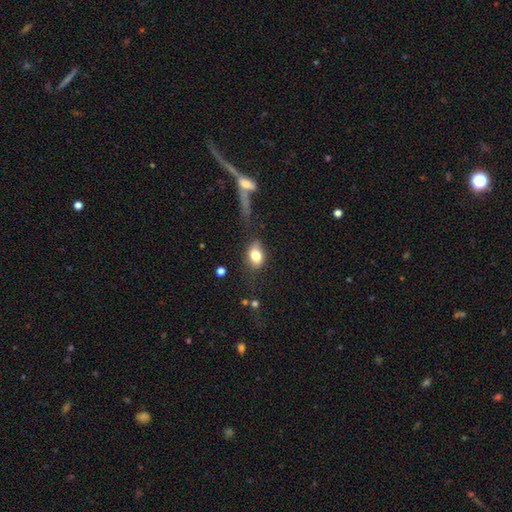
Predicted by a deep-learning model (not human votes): Q: Smooth or featured?
A: smooth (78%); runner-up: featured or disk (14%)
Q: How rounded?
A: in between (75%); runner-up: round (23%)
Q: Merging?
A: none (63%); runner-up: minor disturbance (20%)